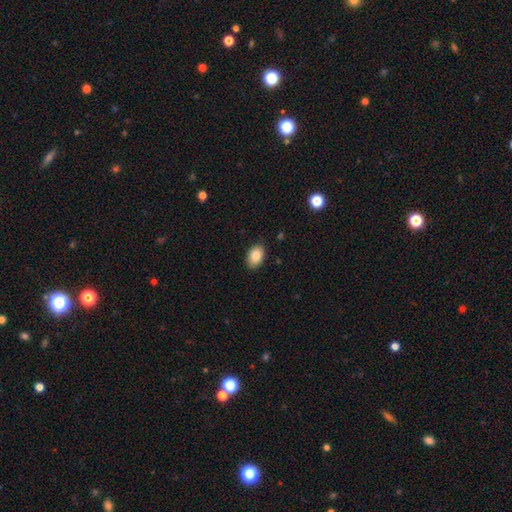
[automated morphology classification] smooth-or-featured: smooth: 84% | featured or disk: 8% | star or artifact: 8%
  how-rounded: in between: 87% | round: 12% | cigar-shaped: 1%
  merging: none: 87% | minor disturbance: 10% | major disturbance: 2% | merger: 1%